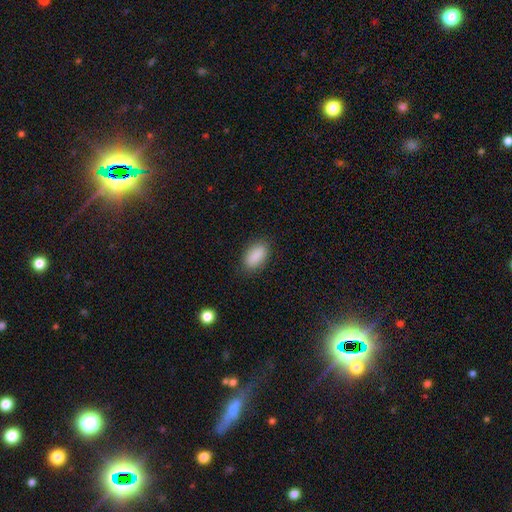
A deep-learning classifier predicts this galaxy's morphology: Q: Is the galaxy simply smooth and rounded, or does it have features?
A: smooth — 89%.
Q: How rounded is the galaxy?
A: in between — 91%.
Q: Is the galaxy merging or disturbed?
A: none — 85%.